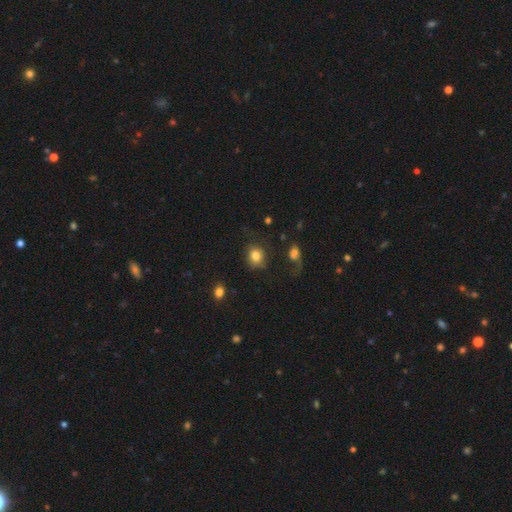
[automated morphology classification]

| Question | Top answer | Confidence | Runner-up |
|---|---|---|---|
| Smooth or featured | smooth | 82% | star or artifact (10%) |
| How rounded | round | 70% | in between (29%) |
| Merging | none | 68% | minor disturbance (17%) |